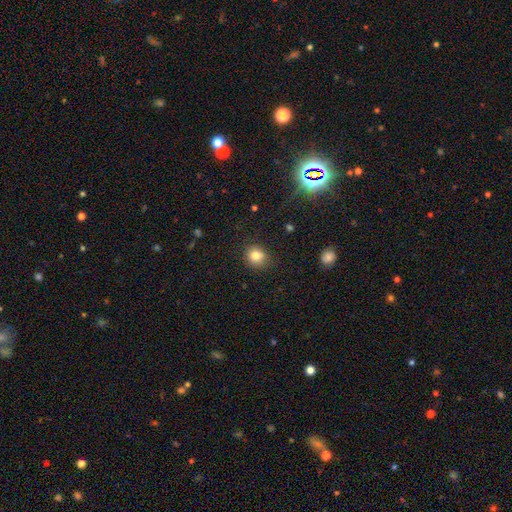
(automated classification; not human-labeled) Smooth or featured? Predicted: smooth (p=0.82). How rounded? Predicted: round (p=0.78). Merging? Predicted: none (p=0.84).